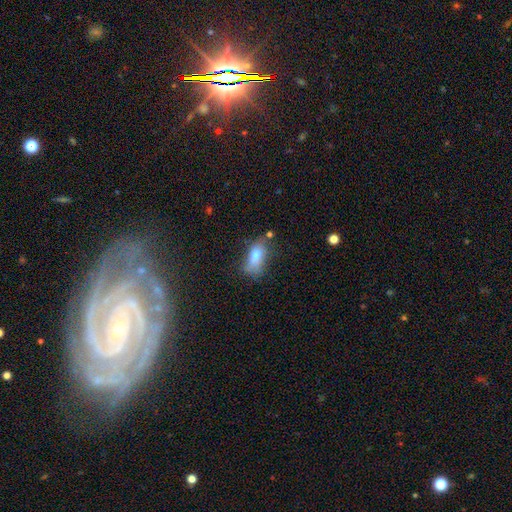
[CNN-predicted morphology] smooth_or_featured: smooth (p=0.71) [alt: featured or disk p=0.16]
how_rounded: in between (p=0.84) [alt: cigar-shaped p=0.11]
merging: none (p=0.53) [alt: minor disturbance p=0.29]